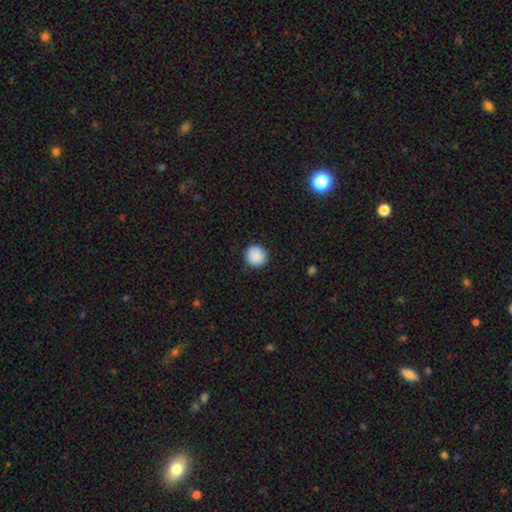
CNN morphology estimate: A smooth galaxy with no disk features (89%) that is round (95%). Merging: none (92%).